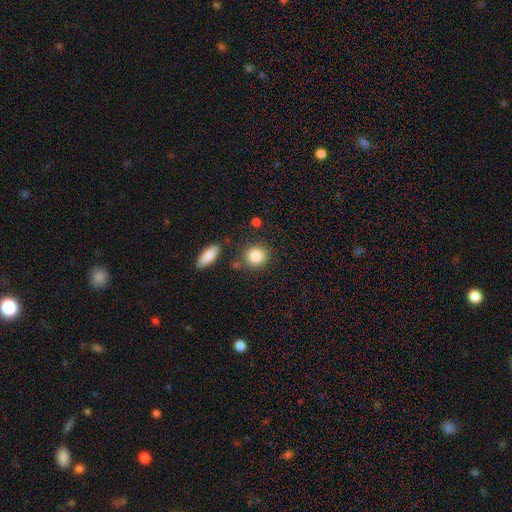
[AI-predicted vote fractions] Smooth or featured? Predicted: smooth (p=0.86). How rounded? Predicted: round (p=0.78). Merging? Predicted: none (p=0.77).